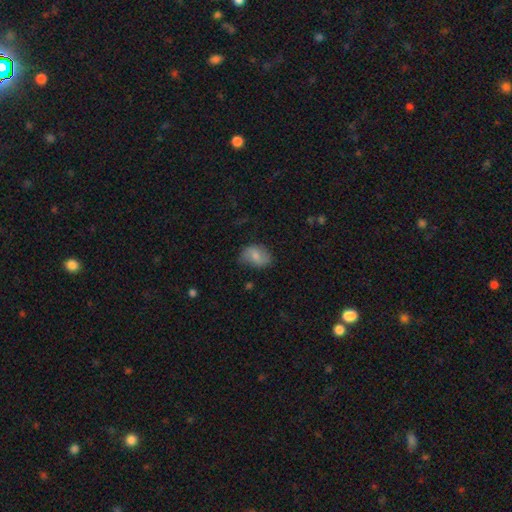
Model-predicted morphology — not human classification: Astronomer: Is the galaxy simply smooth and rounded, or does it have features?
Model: smooth — 70%.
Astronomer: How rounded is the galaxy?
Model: in between — 78%.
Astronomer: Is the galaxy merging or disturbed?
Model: none — 67%.